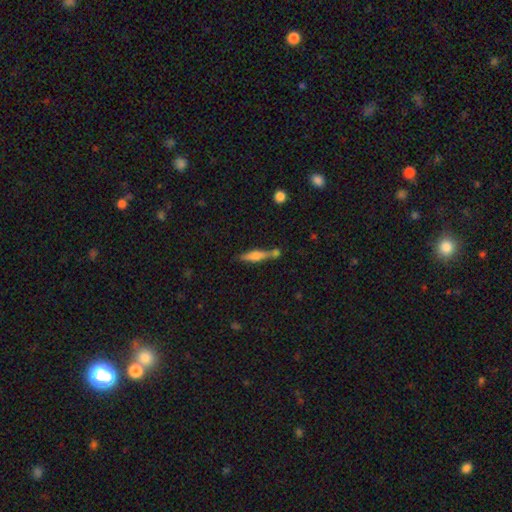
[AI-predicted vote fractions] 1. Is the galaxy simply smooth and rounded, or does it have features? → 53% smooth, 39% featured or disk, 7% star or artifact.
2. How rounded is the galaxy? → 80% cigar-shaped, 18% in between, 2% round.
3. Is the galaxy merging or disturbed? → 57% none, 25% merger, 14% minor disturbance, 4% major disturbance.